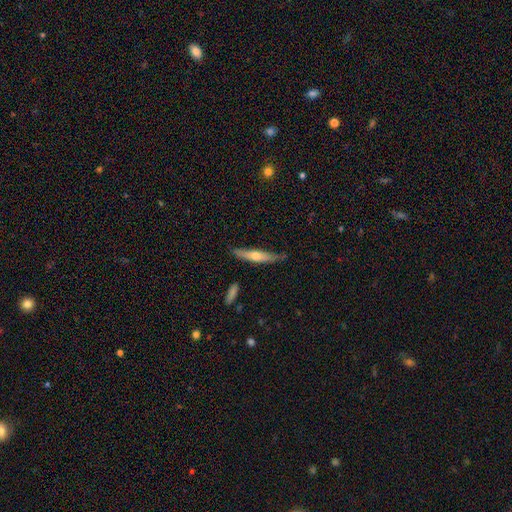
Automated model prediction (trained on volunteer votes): This appears to be a smooth galaxy with no disk features (48%). Merging: none (74%).